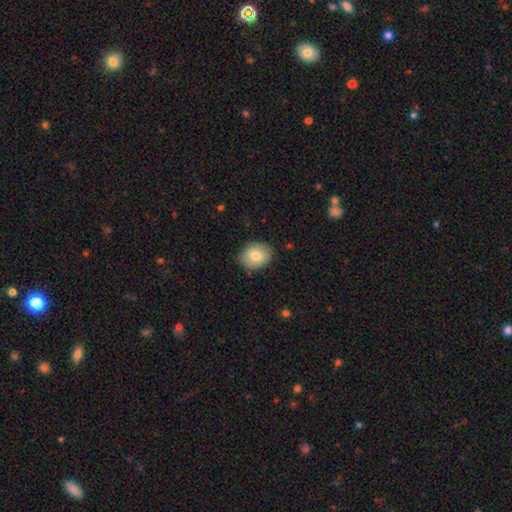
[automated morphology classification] Overall: smooth (77%). How rounded: in between (63%; round 36%). Merging: none (85%).